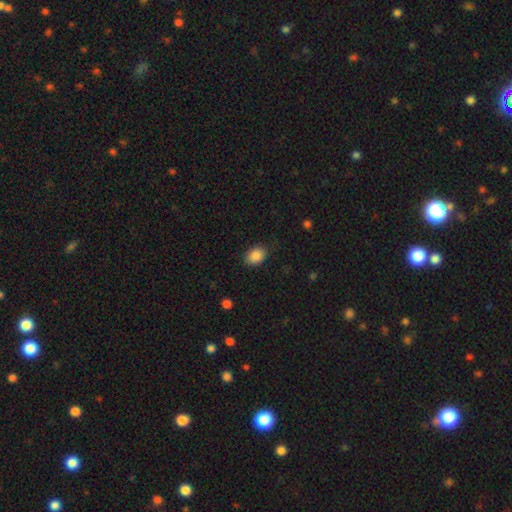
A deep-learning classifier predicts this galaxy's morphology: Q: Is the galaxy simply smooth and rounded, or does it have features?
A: smooth — 88%.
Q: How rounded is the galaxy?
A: in between — 78%.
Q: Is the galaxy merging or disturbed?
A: none — 82%.